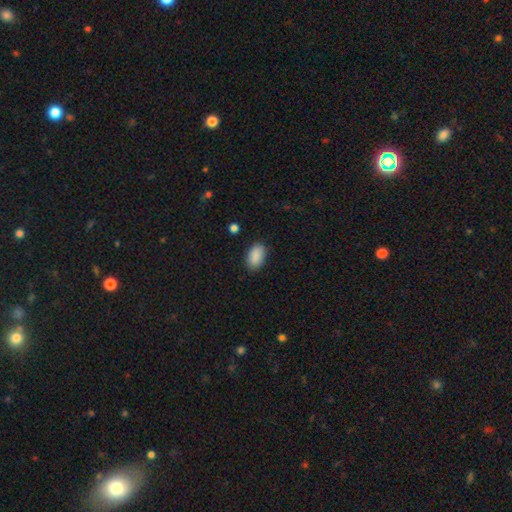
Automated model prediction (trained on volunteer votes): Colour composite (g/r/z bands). It shows a smooth galaxy with no disk features (90%) that is in between round and cigar-shaped (93%). Merging: none (87%).